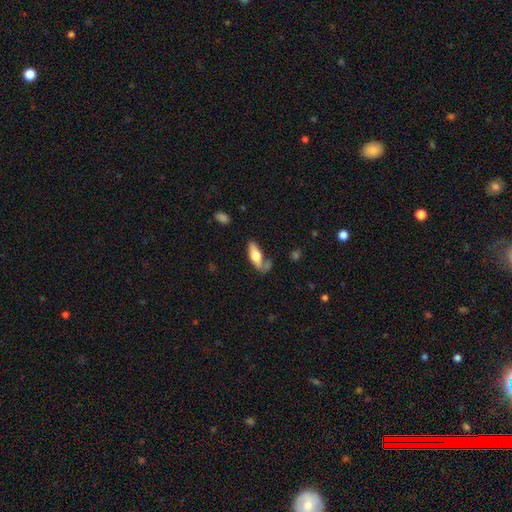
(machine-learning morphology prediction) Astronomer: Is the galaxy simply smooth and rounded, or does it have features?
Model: smooth — 58% (runner-up: featured or disk, 36%).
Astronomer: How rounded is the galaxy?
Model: in between — 66%.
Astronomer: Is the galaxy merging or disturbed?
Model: none — 52%.